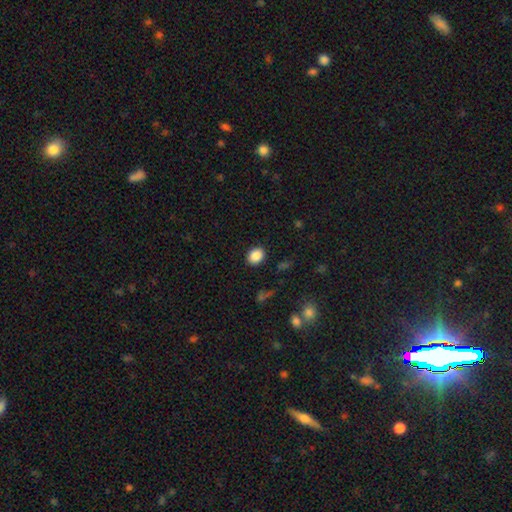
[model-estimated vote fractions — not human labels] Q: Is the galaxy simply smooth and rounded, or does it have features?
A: smooth — 87%.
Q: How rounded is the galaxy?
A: in between — 51%.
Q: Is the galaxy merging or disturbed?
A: none — 88%.